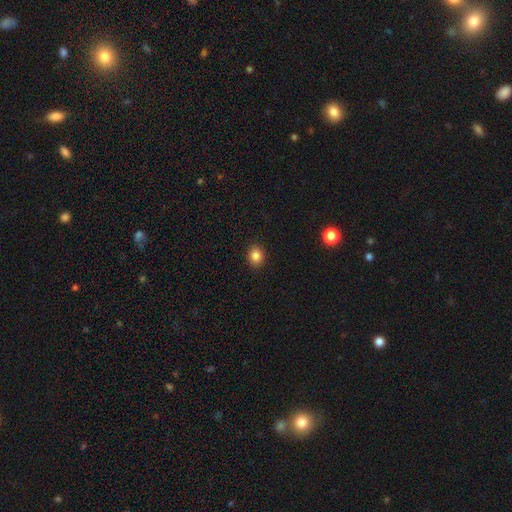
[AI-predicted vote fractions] This appears to be a smooth galaxy with no disk features (85%) that is round (69%). Merging: none (91%).